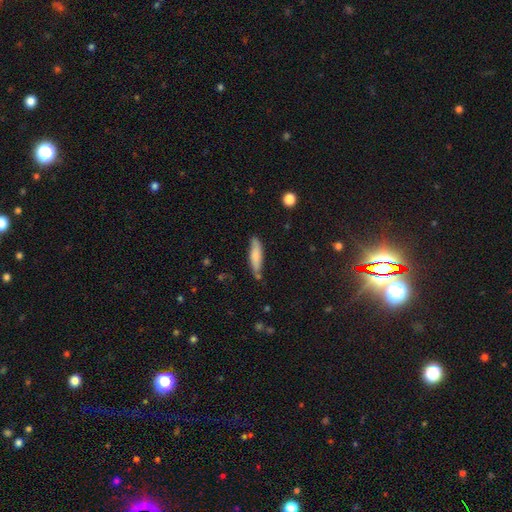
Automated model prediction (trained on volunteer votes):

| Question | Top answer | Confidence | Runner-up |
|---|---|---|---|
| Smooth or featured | smooth | 75% | featured or disk (19%) |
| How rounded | cigar-shaped | 70% | in between (28%) |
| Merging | none | 72% | minor disturbance (20%) |